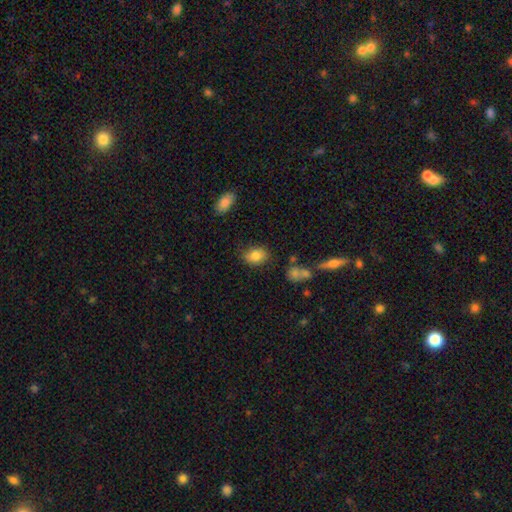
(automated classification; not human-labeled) Overall: smooth (82%). How rounded: in between (73%). Merging: none (79%).